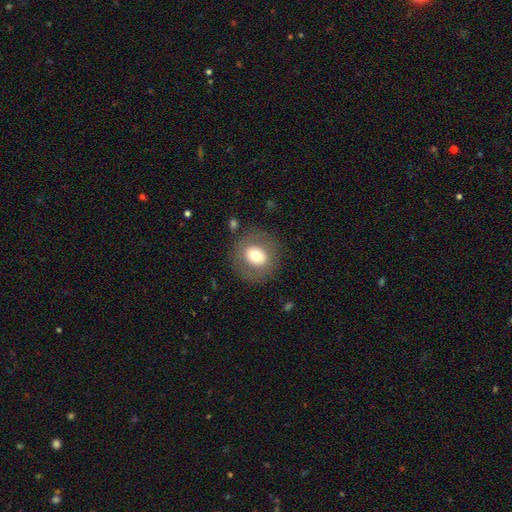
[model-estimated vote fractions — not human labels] smooth 64%, featured or disk 27%, star or artifact 9%. Down the decision tree: how rounded — round (79%); merging — none (82%).